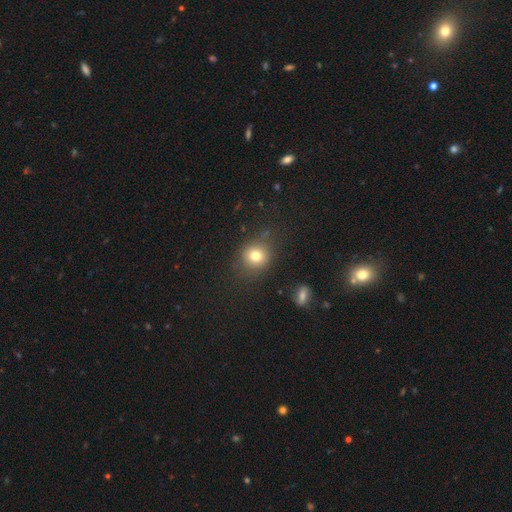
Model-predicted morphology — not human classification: This is likely a smooth galaxy (77%). How rounded: likely round (80%). Merging: clearly none (80%).